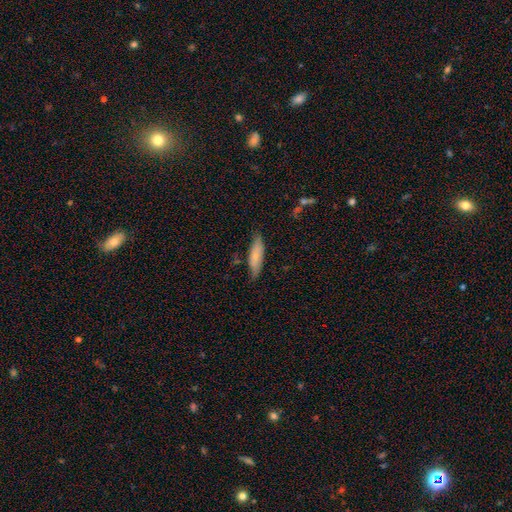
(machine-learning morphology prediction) Smooth or featured?
  - smooth: 72% *
  - featured or disk: 22%
  - star or artifact: 6%
How rounded?
  - cigar-shaped: 65% *
  - in between: 34%
  - round: 2%
Merging?
  - none: 74% *
  - minor disturbance: 21%
  - major disturbance: 3%
  - merger: 2%